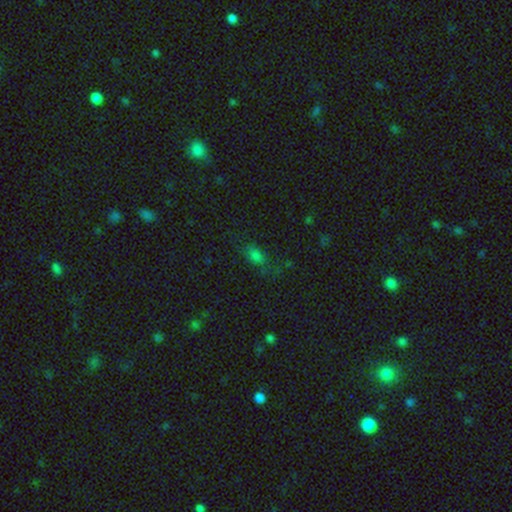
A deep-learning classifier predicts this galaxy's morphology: type=smooth (67%); roundness=in between (79%); merging=none (65%).